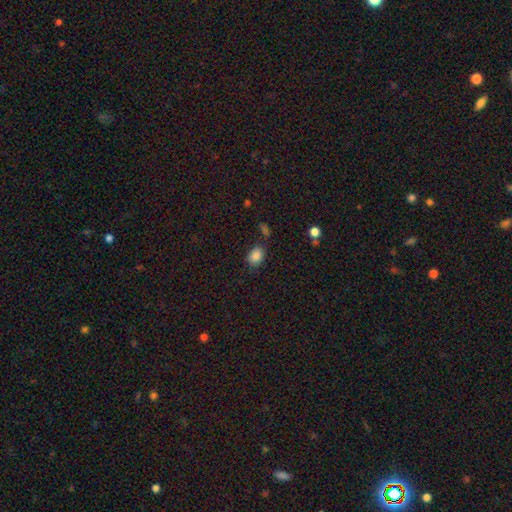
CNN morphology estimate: smooth-or-featured: smooth: 85% | star or artifact: 10% | featured or disk: 5%
  how-rounded: in between: 69% | round: 30% | cigar-shaped: 1%
  merging: none: 71% | minor disturbance: 17% | merger: 8% | major disturbance: 5%